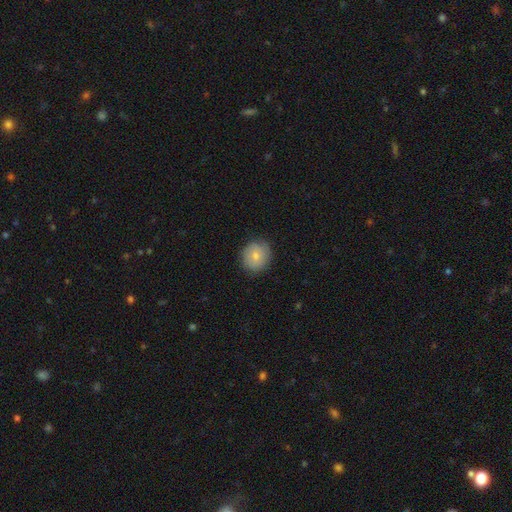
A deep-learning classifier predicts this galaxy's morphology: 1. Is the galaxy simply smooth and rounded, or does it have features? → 76% smooth, 16% featured or disk, 7% star or artifact.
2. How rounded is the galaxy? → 78% round, 21% in between, 1% cigar-shaped.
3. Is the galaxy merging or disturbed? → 82% none, 14% minor disturbance, 3% major disturbance, 1% merger.